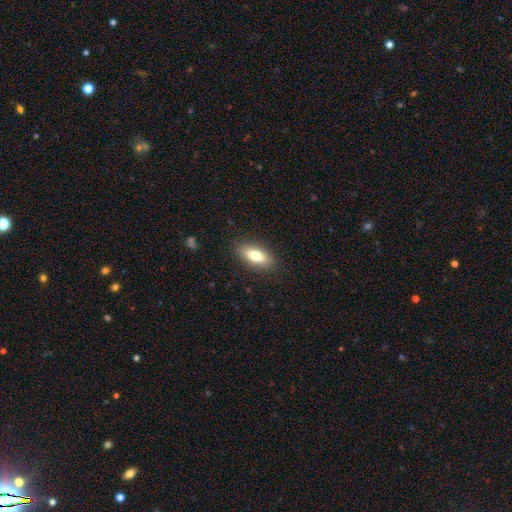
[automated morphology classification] smooth 75%, featured or disk 17%, star or artifact 7%. Down the decision tree: how rounded — in between (80%); merging — none (87%).